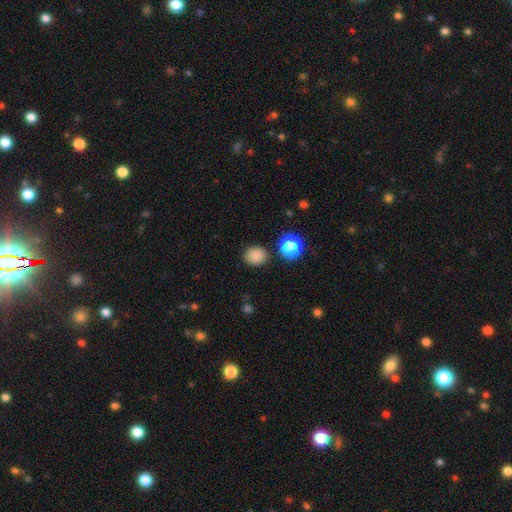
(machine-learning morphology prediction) Q: Smooth or featured?
A: smooth (84%); runner-up: star or artifact (12%)
Q: How rounded?
A: round (71%); runner-up: in between (28%)
Q: Merging?
A: none (86%); runner-up: minor disturbance (9%)